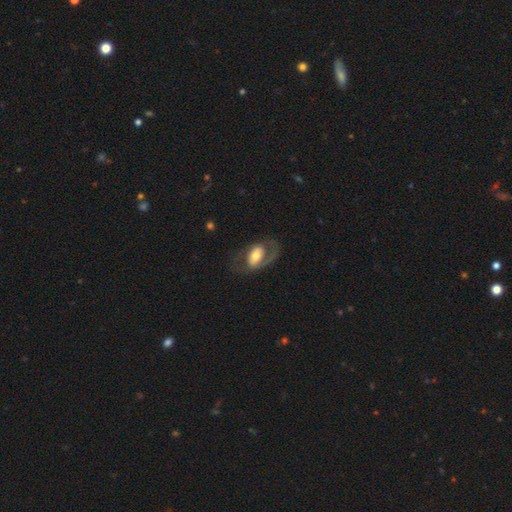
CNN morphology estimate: The model was most divided on "spiral arms": yes: 54%, no: 46%. More confident: edge-on disk — no (93%); bulge size — moderate (57%); smooth or featured — featured or disk (56%); merging — none (53%); bar — no (50%).